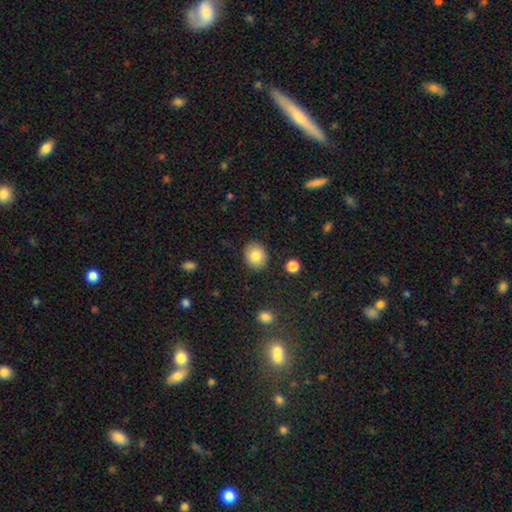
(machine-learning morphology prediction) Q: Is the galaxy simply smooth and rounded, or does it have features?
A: smooth — 82%.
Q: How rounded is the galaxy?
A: round — 66%.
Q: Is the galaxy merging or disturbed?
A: none — 88%.